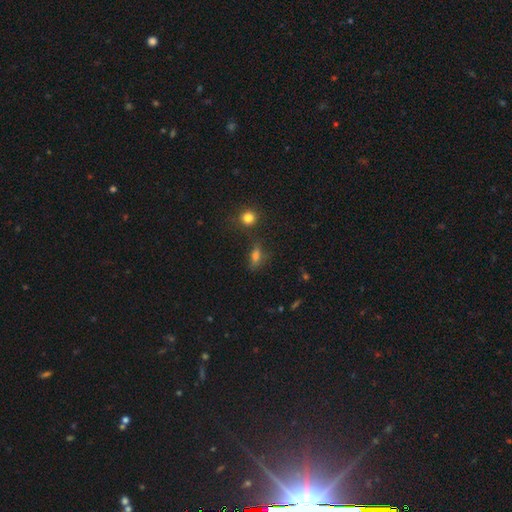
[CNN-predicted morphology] Smooth or featured? Predicted: smooth (p=0.64). How rounded? Predicted: in between (p=0.67). Merging? Predicted: none (p=0.62).